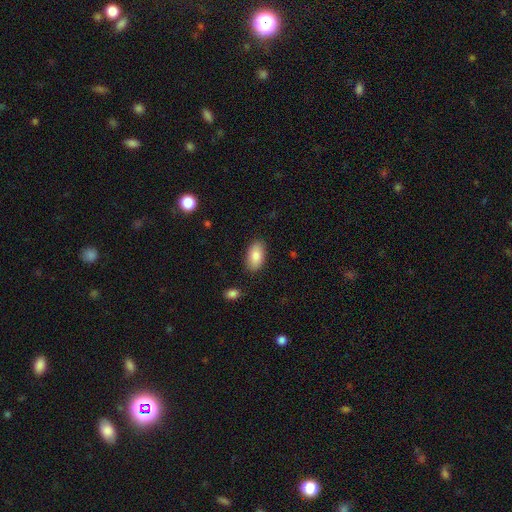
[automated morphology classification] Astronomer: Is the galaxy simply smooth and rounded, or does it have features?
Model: smooth — 84%.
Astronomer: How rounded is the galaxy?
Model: in between — 94%.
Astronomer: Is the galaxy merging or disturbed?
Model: none — 86%.